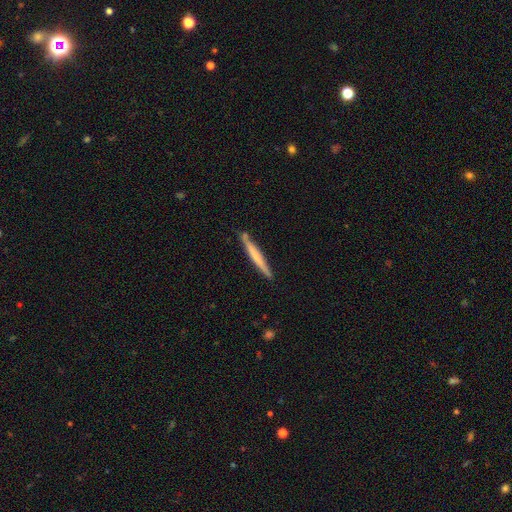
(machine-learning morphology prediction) smooth_or_featured: smooth (p=0.51) [alt: featured or disk p=0.44]
how_rounded: cigar-shaped (p=0.97) [alt: in between p=0.02]
merging: none (p=0.85) [alt: minor disturbance p=0.10]